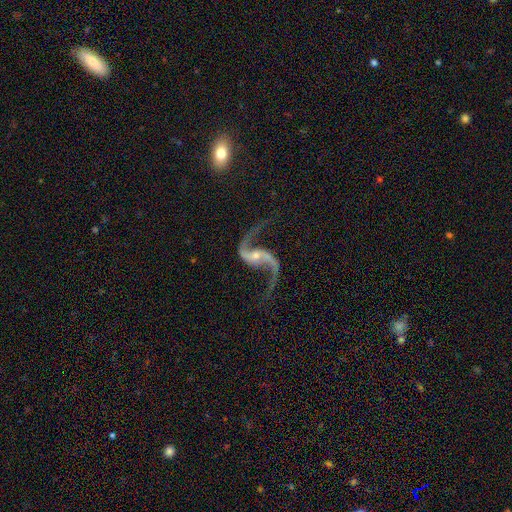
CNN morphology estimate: Smooth or featured? featured or disk (93%)
Edge-on disk? no (97%)
Bar? no (42%)
Spiral arms? yes (98%)
Spiral winding? loose (86%)
Spiral arm count? 2 (94%)
Bulge size? small (68%)
Merging? none (75%)